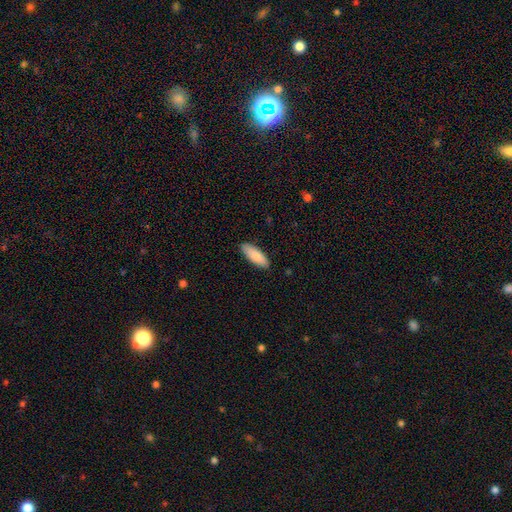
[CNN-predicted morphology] A smooth galaxy with no disk features (87%) that is in between round and cigar-shaped (66%).

Vote fractions:
- Smooth or featured? smooth: 87% / featured or disk: 7% / star or artifact: 5%
- How rounded? in between: 66% / cigar-shaped: 33% / round: 2%
- Merging? none: 88% / minor disturbance: 9% / major disturbance: 2% / merger: 1%